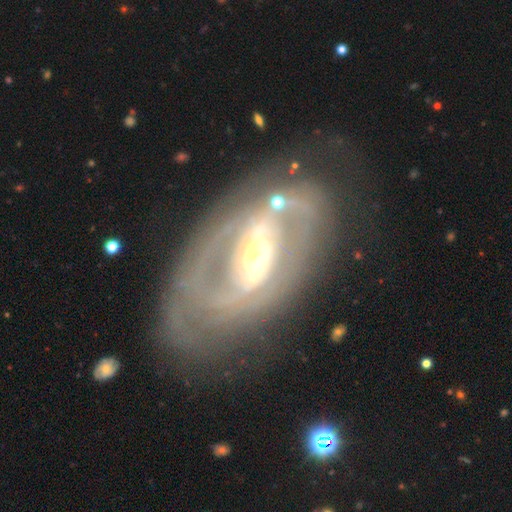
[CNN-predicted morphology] This is clearly a featured or disk galaxy (84%). It is clearly not viewed edge-on (92%). Bar: possibly strong (50%). Spiral arm pattern: likely yes (74%). Spiral arm count: likely 2 (60%). Spiral winding: possibly tight (48%). Central bulge: likely moderate (61%). Merging: likely none (68%).